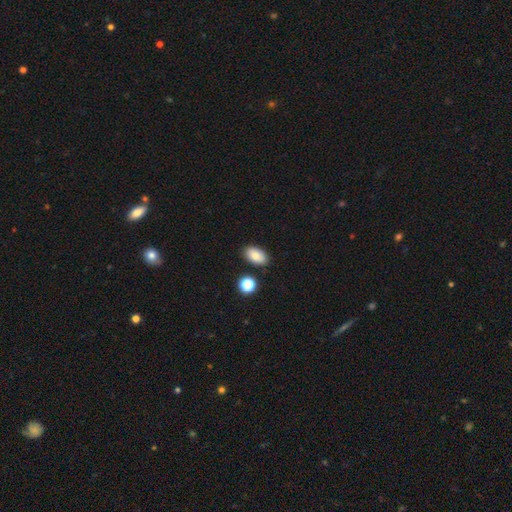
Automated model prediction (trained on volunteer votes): smooth 85%, star or artifact 9%, featured or disk 6%. Down the decision tree: how rounded — in between (92%); merging — none (84%).